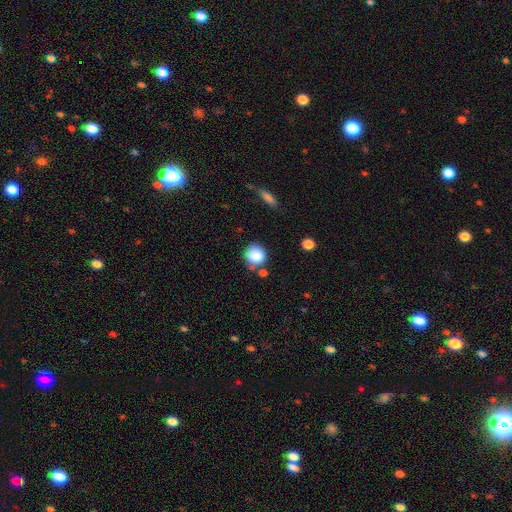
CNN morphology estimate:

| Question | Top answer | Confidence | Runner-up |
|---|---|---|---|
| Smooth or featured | smooth | 86% | star or artifact (9%) |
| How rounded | round | 89% | in between (10%) |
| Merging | none | 72% | minor disturbance (13%) |